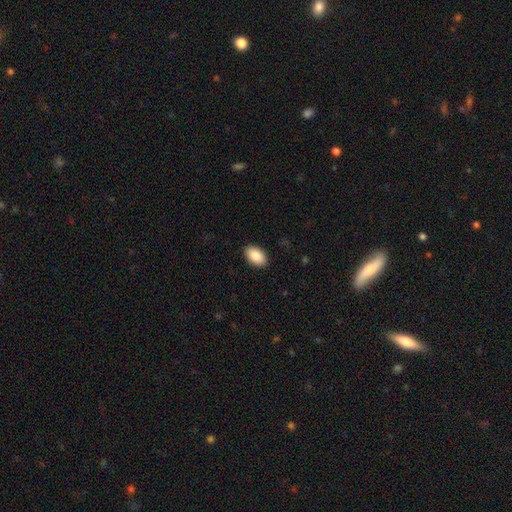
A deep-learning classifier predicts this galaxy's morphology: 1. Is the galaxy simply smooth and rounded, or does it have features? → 89% smooth, 6% star or artifact, 5% featured or disk.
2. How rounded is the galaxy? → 94% in between, 4% round, 1% cigar-shaped.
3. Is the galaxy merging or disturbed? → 90% none, 7% minor disturbance, 2% major disturbance, 1% merger.